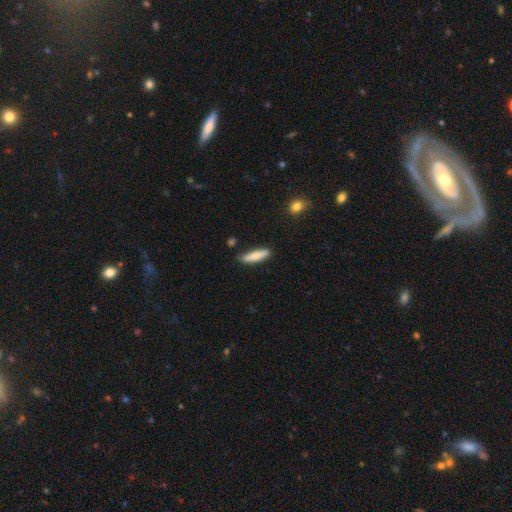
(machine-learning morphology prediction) Overall: smooth (72%). How rounded: cigar-shaped (79%). Merging: none (83%).